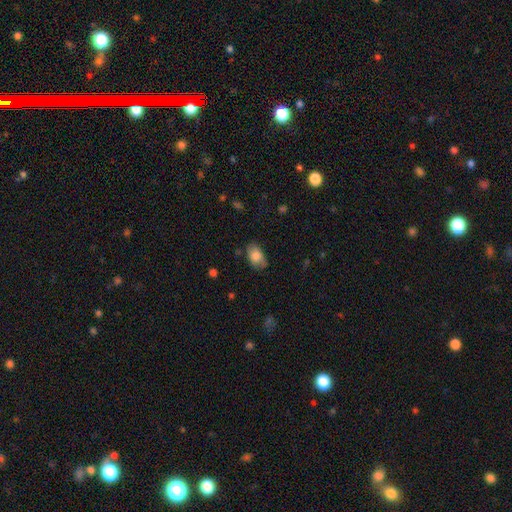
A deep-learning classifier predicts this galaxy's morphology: A smooth galaxy with no disk features (82%) that is in between round and cigar-shaped (87%).

Vote fractions:
- Smooth or featured? smooth: 82% / featured or disk: 11% / star or artifact: 8%
- How rounded? in between: 87% / round: 11% / cigar-shaped: 1%
- Merging? none: 70% / minor disturbance: 23% / major disturbance: 5% / merger: 2%